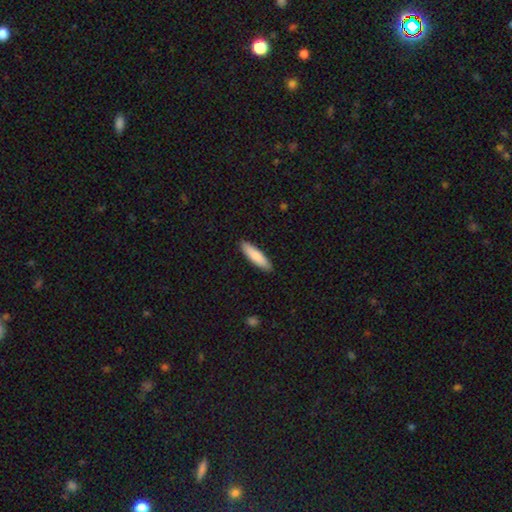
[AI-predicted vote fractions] smooth-or-featured: smooth: 85% | featured or disk: 10% | star or artifact: 5%
  how-rounded: cigar-shaped: 69% | in between: 30% | round: 1%
  merging: none: 90% | minor disturbance: 8% | major disturbance: 1% | merger: 1%